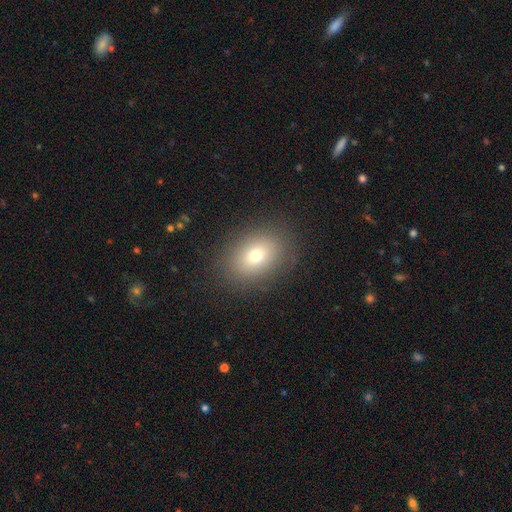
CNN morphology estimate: smooth 75%, featured or disk 13%, star or artifact 12%. Down the decision tree: how rounded — in between (69%); merging — none (86%).